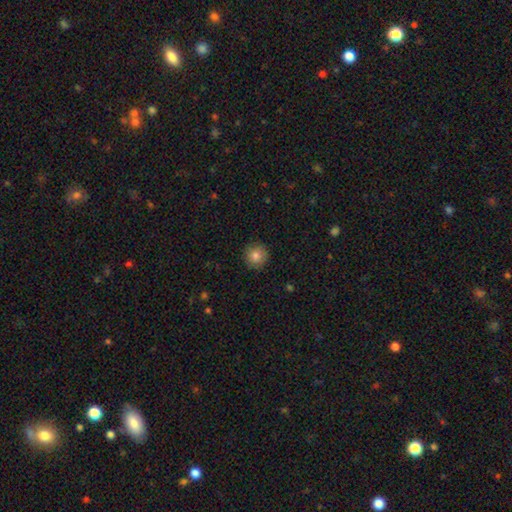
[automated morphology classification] Overall: smooth (83%). How rounded: round (94%). Merging: none (88%).